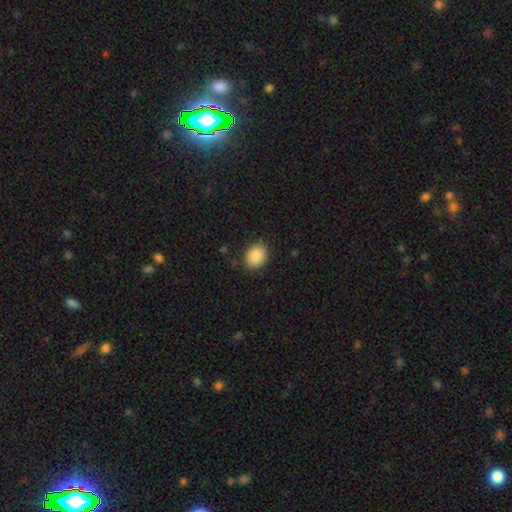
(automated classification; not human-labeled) The model was most divided on "how rounded": in between: 52%, round: 47%, cigar-shaped: 1%. More confident: smooth or featured — smooth (88%); merging — none (86%).